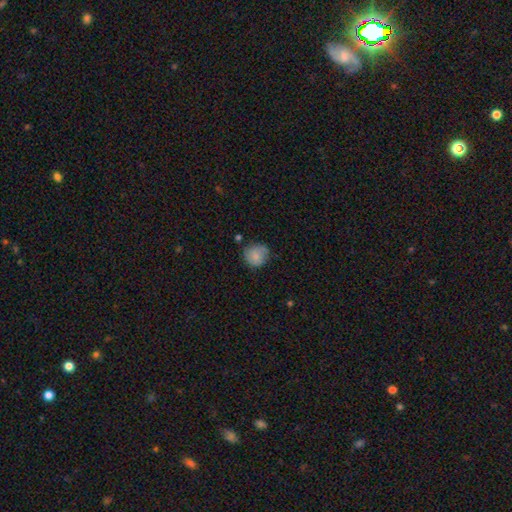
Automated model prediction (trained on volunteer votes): smooth-or-featured: smooth: 82% | featured or disk: 10% | star or artifact: 8%
  how-rounded: round: 86% | in between: 13% | cigar-shaped: 1%
  merging: none: 65% | minor disturbance: 25% | major disturbance: 6% | merger: 4%